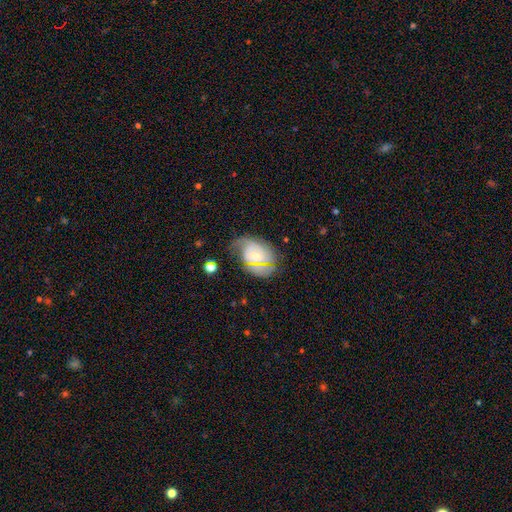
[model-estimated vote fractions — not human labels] smooth_or_featured: featured or disk (p=0.67) [alt: smooth p=0.25]
disk_edge_on: no (p=0.96) [alt: yes p=0.04]
bar: no (p=0.60) [alt: weak p=0.33]
has_spiral_arms: yes (p=0.87) [alt: no p=0.13]
spiral_winding: tight (p=0.46) [alt: medium p=0.37]
spiral_arm_count: 2 (p=0.49) [alt: can't tell p=0.28]
bulge_size: small (p=0.50) [alt: moderate p=0.44]
merging: none (p=0.58) [alt: minor disturbance p=0.26]